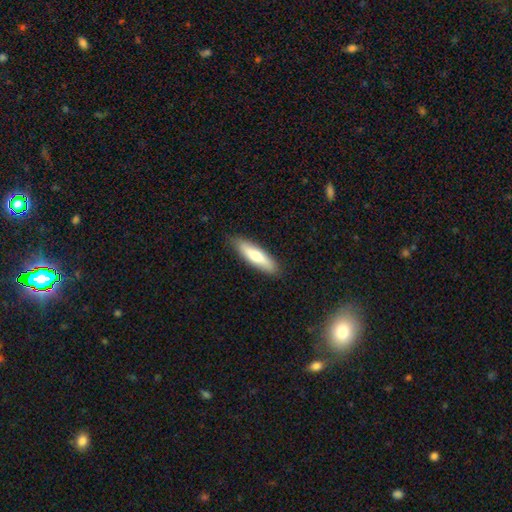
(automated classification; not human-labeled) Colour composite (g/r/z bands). It shows a smooth galaxy with no disk features (66%) that is cigar-shaped (64%). Merging: none (86%).